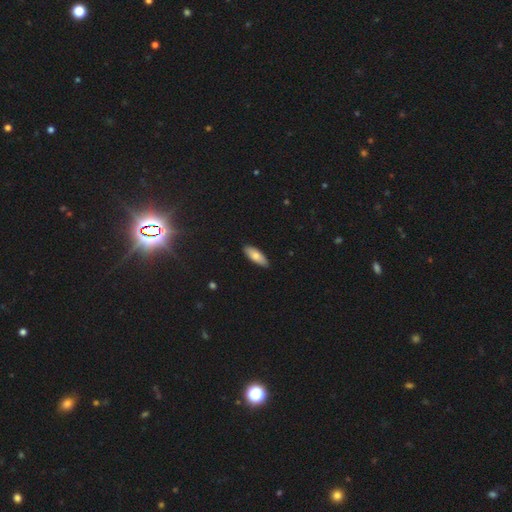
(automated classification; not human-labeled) The model was most divided on "how rounded": in between: 71%, cigar-shaped: 27%, round: 2%. More confident: merging — none (89%); smooth or featured — smooth (76%).